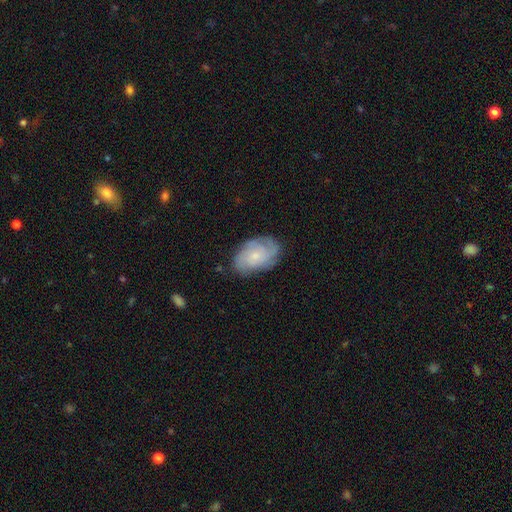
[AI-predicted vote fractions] Morphology: type=featured or disk (64%); edge-on=no (96%); bar=no (77%); spiral arms=yes (92%); winding=tight (59%); arm count=can't tell (38%); bulge=small (64%); merging=none (75%).